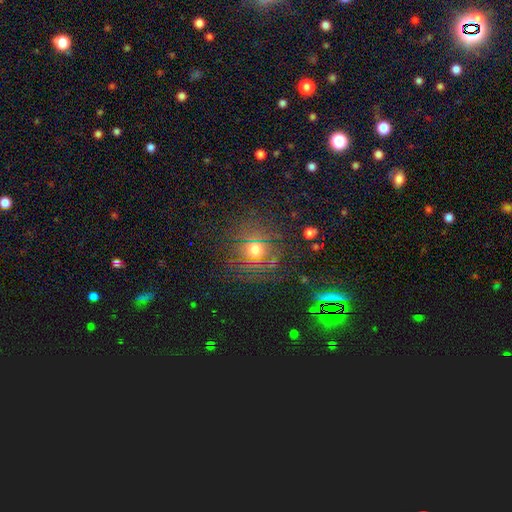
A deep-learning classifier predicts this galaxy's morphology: The model was most divided on "smooth or featured" (2-way tie): smooth: 45%, star or artifact: 45%, featured or disk: 10%. More confident: merging — none (87%).